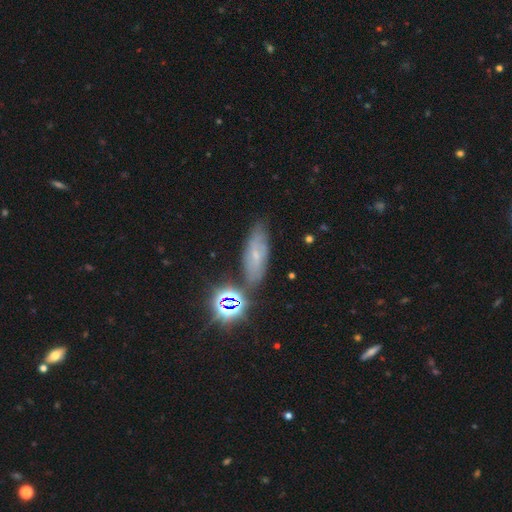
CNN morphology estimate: smooth_or_featured: featured or disk (p=0.39) [alt: smooth p=0.35]
merging: none (p=0.74) [alt: minor disturbance p=0.17]